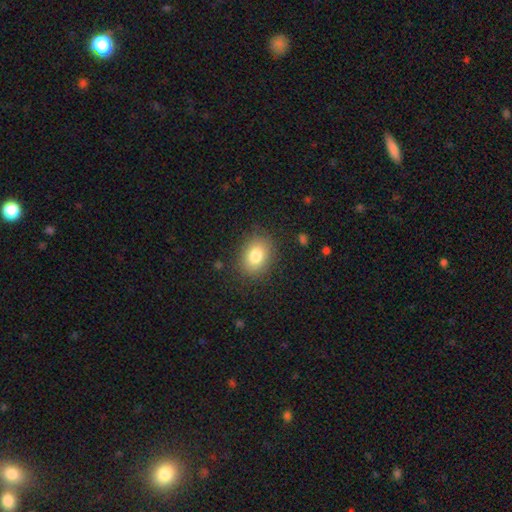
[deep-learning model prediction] Smooth or featured? Predicted: smooth (p=0.81). How rounded? Predicted: in between (p=0.63). Merging? Predicted: none (p=0.84).